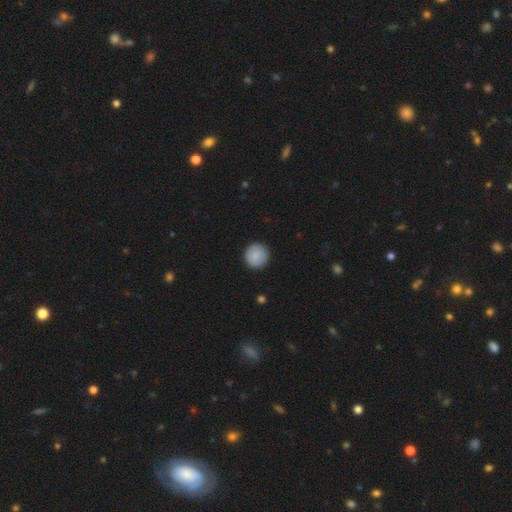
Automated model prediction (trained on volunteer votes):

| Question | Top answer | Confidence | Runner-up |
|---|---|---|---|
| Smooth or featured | smooth | 87% | featured or disk (7%) |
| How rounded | round | 95% | in between (4%) |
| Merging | none | 92% | minor disturbance (6%) |